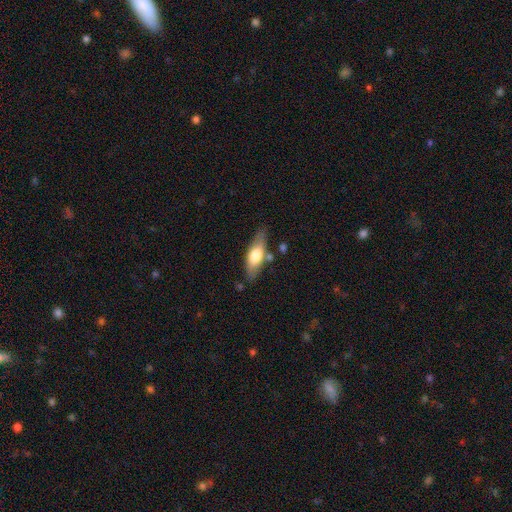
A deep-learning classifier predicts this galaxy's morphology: Smooth or featured? Predicted: smooth (p=0.61). How rounded? Predicted: in between (p=0.60). Merging? Predicted: none (p=0.73).